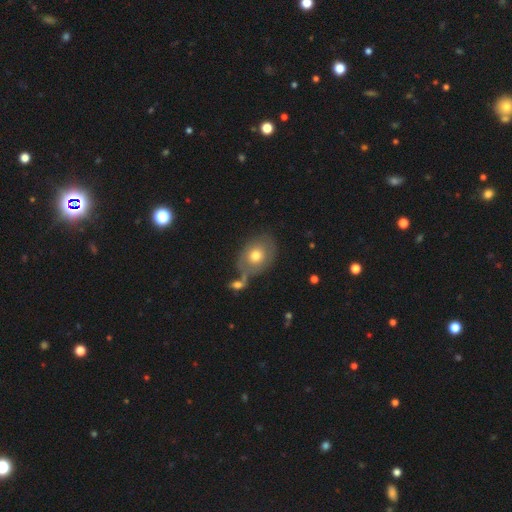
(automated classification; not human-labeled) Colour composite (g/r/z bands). It shows a smooth galaxy with no disk features (64%) that is in between round and cigar-shaped (58%). Merging: none (53%).